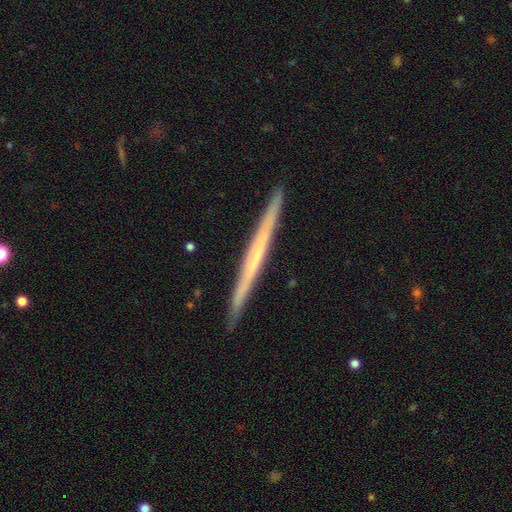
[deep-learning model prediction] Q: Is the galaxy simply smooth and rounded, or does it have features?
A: featured or disk — 60%.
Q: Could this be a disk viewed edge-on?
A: yes — 97%.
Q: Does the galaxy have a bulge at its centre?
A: none — 85%.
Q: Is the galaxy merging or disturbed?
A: none — 92%.